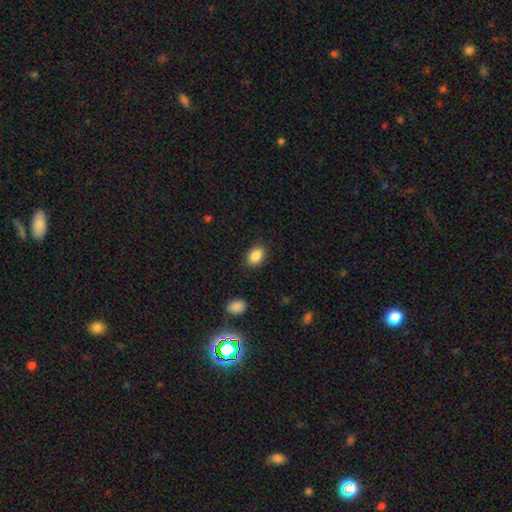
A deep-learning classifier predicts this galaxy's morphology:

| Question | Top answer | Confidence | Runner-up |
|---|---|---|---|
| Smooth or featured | smooth | 87% | star or artifact (8%) |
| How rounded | in between | 77% | round (22%) |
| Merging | none | 86% | minor disturbance (10%) |